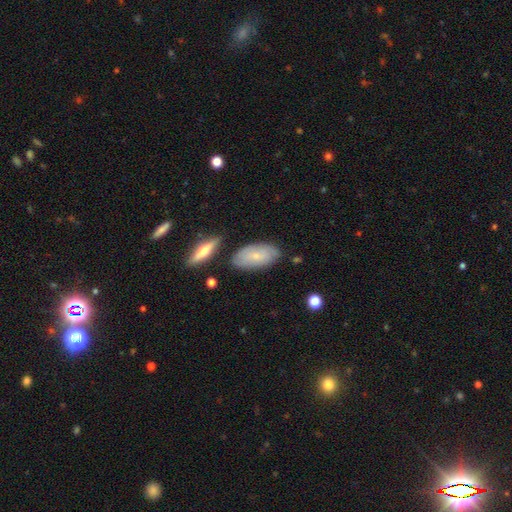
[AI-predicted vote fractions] Smooth or featured? Predicted: smooth (p=0.63). How rounded? Predicted: in between (p=0.92). Merging? Predicted: none (p=0.75).